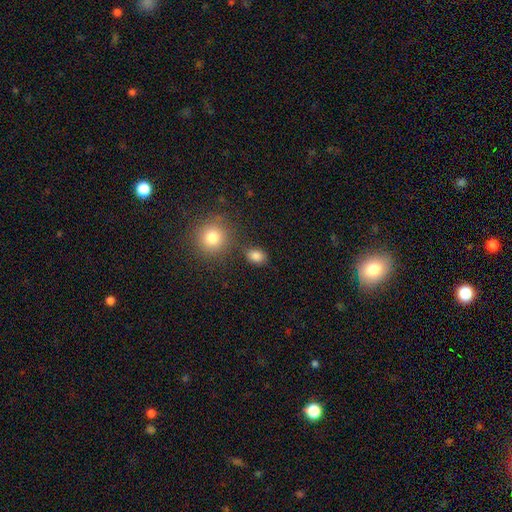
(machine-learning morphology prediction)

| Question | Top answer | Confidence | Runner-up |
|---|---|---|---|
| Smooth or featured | smooth | 83% | star or artifact (12%) |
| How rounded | in between | 62% | round (37%) |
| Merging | none | 76% | minor disturbance (13%) |